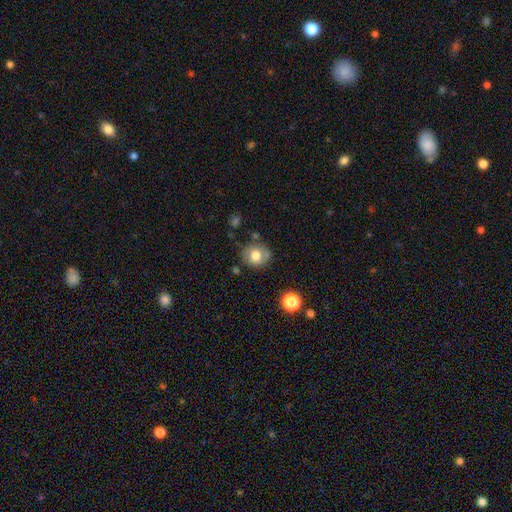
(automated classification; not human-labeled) smooth 75%, featured or disk 15%, star or artifact 10%. Down the decision tree: how rounded — round (76%); merging — none (71%).